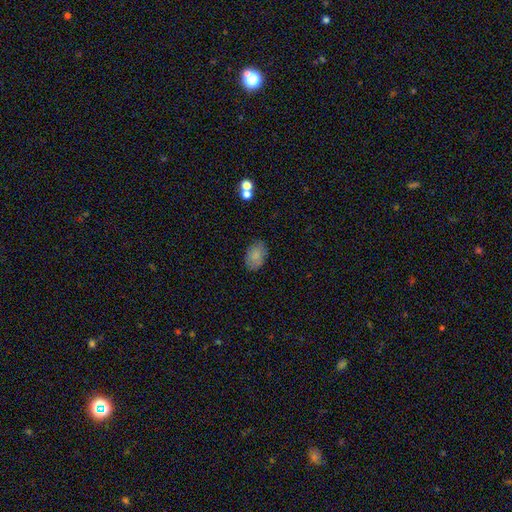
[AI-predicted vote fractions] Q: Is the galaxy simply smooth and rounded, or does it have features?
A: smooth — 82%.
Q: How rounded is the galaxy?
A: in between — 88%.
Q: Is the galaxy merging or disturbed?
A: none — 82%.